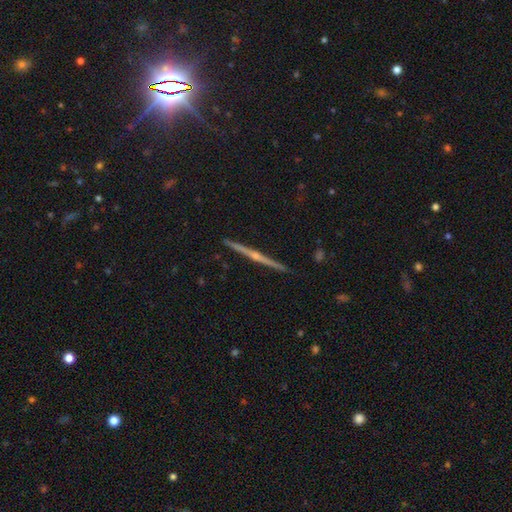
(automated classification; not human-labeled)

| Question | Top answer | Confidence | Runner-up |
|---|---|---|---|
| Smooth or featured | featured or disk | 82% | smooth (12%) |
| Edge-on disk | yes | 99% | no (1%) |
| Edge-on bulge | rounded | 82% | none (13%) |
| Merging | none | 92% | minor disturbance (5%) |